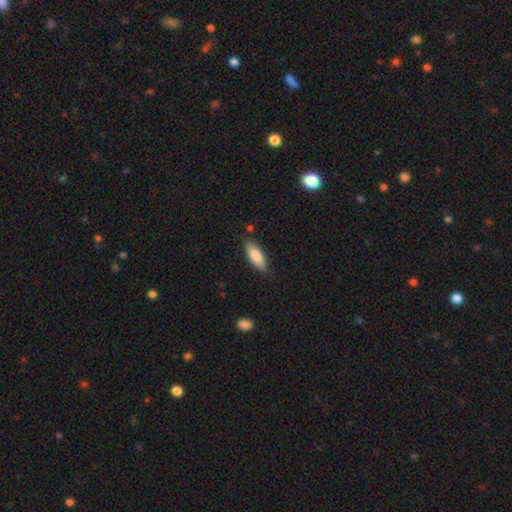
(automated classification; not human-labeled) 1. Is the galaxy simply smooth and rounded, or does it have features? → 85% smooth, 9% featured or disk, 6% star or artifact.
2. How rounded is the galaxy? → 70% in between, 28% cigar-shaped, 2% round.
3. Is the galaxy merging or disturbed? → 82% none, 13% minor disturbance, 3% major disturbance, 2% merger.